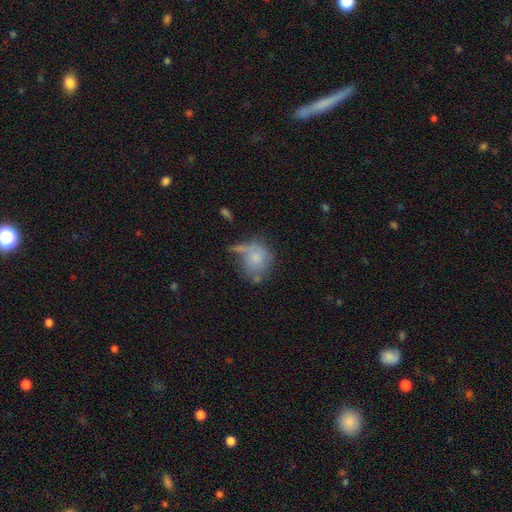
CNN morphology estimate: Smooth or featured: smooth — 67% (featured or disk — 23%)
How rounded: round — 70% (in between — 29%)
Merging: none — 40% (minor disturbance — 25%)